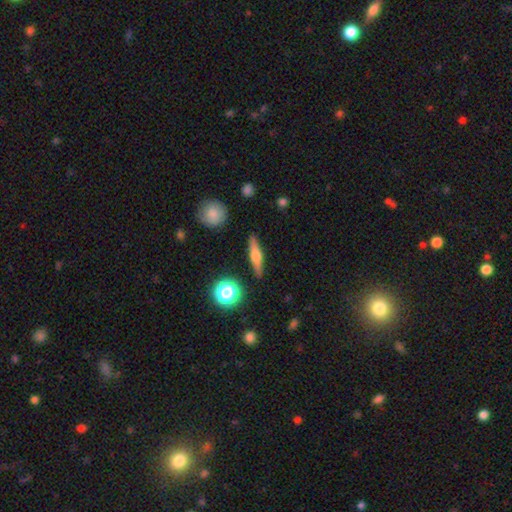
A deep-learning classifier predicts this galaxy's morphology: A featured or disk galaxy (50%). Merging: none (88%).